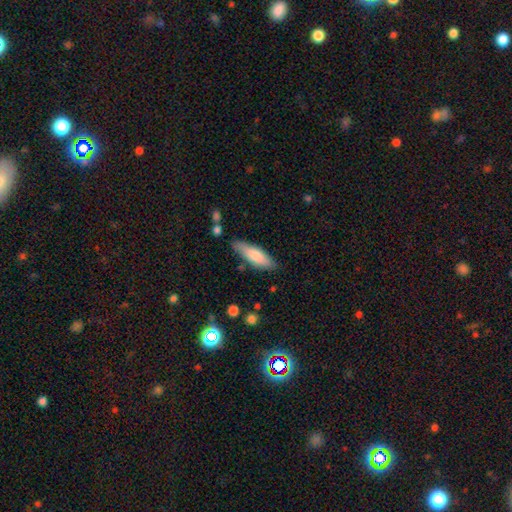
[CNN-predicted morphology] This is likely a smooth galaxy (76%). How rounded: possibly in between (50%). Merging: likely none (78%).